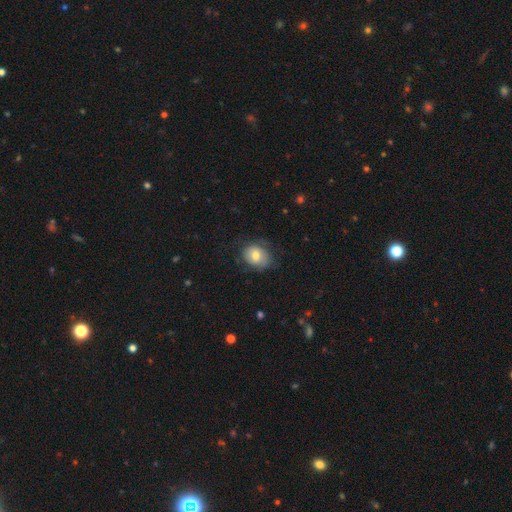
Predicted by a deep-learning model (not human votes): smooth_or_featured: smooth (p=0.69) [alt: featured or disk p=0.22]
how_rounded: round (p=0.51) [alt: in between p=0.48]
merging: none (p=0.65) [alt: minor disturbance p=0.24]